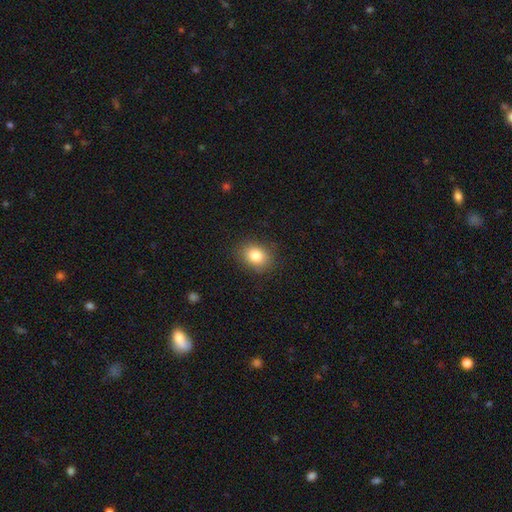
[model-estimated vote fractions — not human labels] smooth 83%, star or artifact 10%, featured or disk 7%. Down the decision tree: how rounded — in between (53%); merging — none (86%).